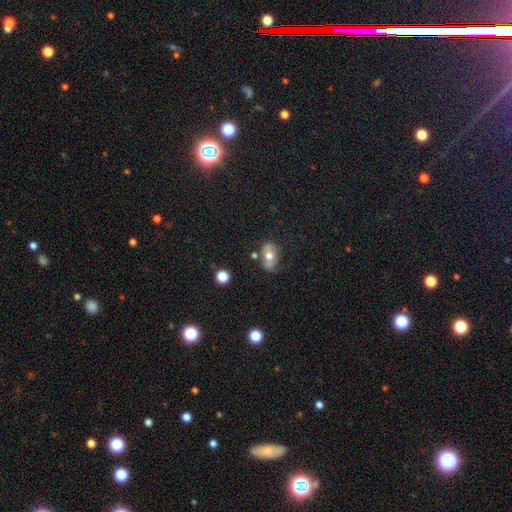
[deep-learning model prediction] Morphology: type=smooth (53%); roundness=in between (79%); merging=none (64%).